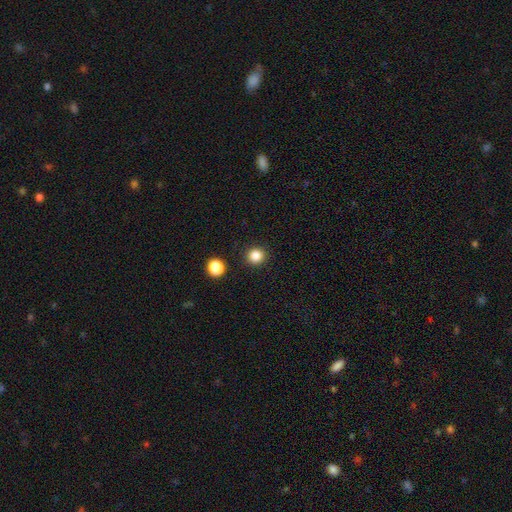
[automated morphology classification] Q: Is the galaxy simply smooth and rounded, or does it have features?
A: smooth — 85%.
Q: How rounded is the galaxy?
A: round — 91%.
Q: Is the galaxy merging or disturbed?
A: none — 91%.